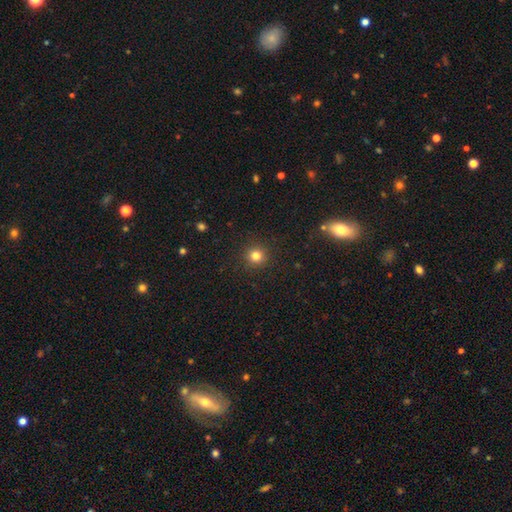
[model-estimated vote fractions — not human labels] smooth 81%, star or artifact 14%, featured or disk 5%. Down the decision tree: how rounded — round (93%); merging — none (91%).